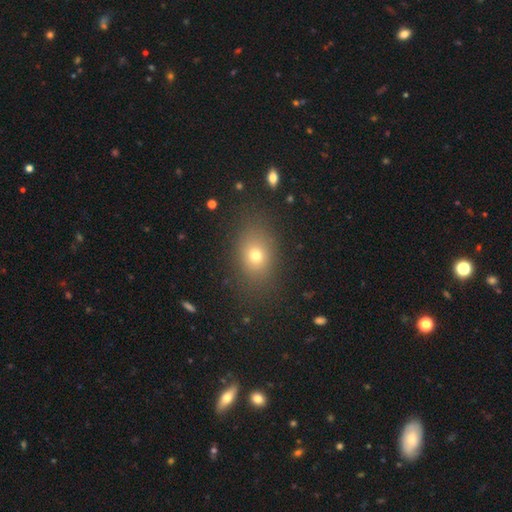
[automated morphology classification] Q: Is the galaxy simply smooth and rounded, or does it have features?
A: smooth — 70%.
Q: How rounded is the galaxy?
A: in between — 65%.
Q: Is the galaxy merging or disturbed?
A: none — 83%.